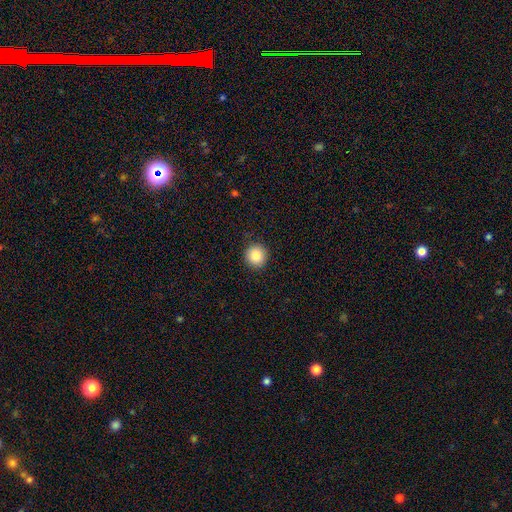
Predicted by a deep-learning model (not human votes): Q: Smooth or featured?
A: smooth (84%); runner-up: star or artifact (10%)
Q: How rounded?
A: round (94%); runner-up: in between (5%)
Q: Merging?
A: none (92%); runner-up: minor disturbance (6%)